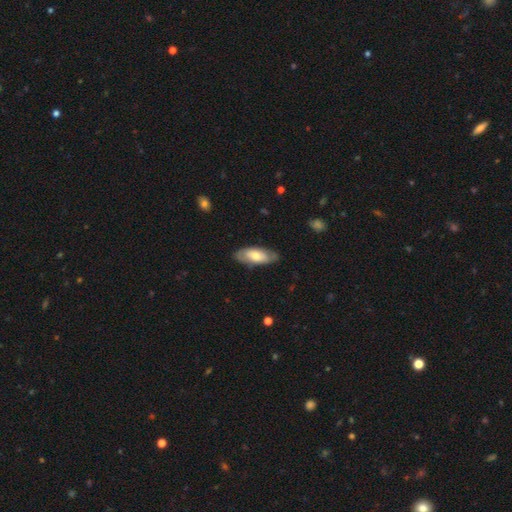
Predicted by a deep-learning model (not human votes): smooth-or-featured: smooth: 61% | featured or disk: 33% | star or artifact: 6%
  how-rounded: in between: 81% | cigar-shaped: 17% | round: 2%
  merging: none: 79% | minor disturbance: 16% | major disturbance: 3% | merger: 1%